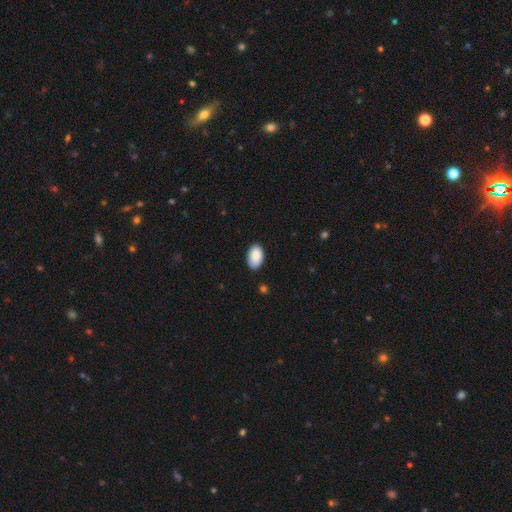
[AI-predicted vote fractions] smooth 89%, star or artifact 6%, featured or disk 4%. Down the decision tree: how rounded — in between (93%); merging — none (84%).